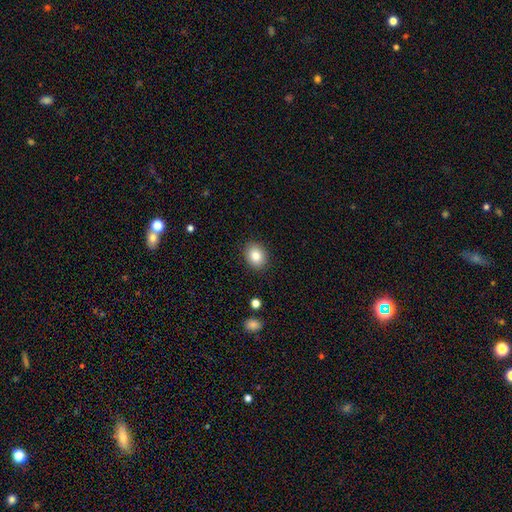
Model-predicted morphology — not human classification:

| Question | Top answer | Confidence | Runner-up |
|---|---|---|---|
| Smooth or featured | smooth | 82% | star or artifact (9%) |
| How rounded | round | 55% | in between (44%) |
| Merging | none | 90% | minor disturbance (7%) |